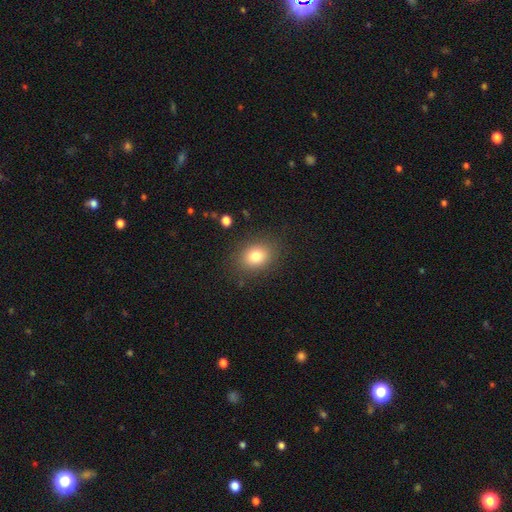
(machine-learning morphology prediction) This appears to be a smooth galaxy with no disk features (80%) that is in between round and cigar-shaped (57%). Merging: none (86%).